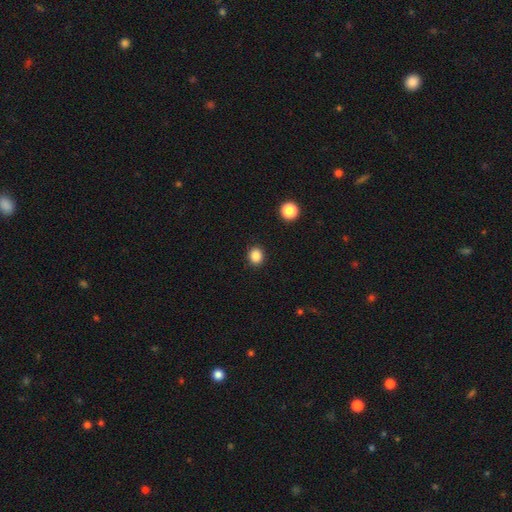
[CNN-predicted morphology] Smooth or featured?
  - smooth: 86% *
  - star or artifact: 11%
  - featured or disk: 3%
How rounded?
  - round: 77% *
  - in between: 23%
  - cigar-shaped: 1%
Merging?
  - none: 91% *
  - minor disturbance: 6%
  - major disturbance: 2%
  - merger: 1%